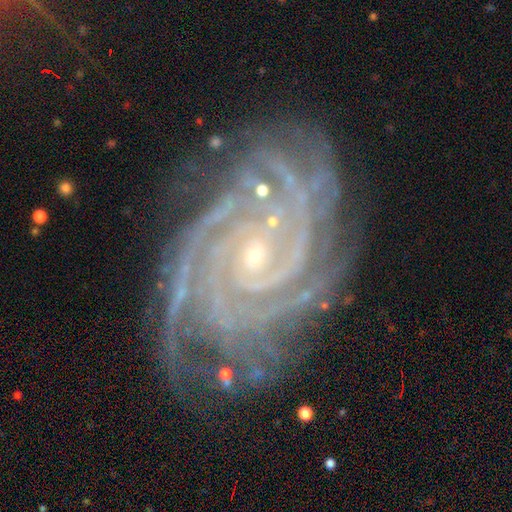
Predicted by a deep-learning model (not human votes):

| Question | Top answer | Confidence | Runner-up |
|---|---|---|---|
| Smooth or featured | featured or disk | 92% | star or artifact (6%) |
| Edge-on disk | no | 98% | yes (2%) |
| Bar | no | 56% | weak (27%) |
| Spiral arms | yes | 99% | no (1%) |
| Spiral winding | tight | 83% | medium (14%) |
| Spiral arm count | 4 | 26% | more than 4 (21%) |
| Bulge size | small | 81% | moderate (15%) |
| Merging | none | 75% | minor disturbance (17%) |